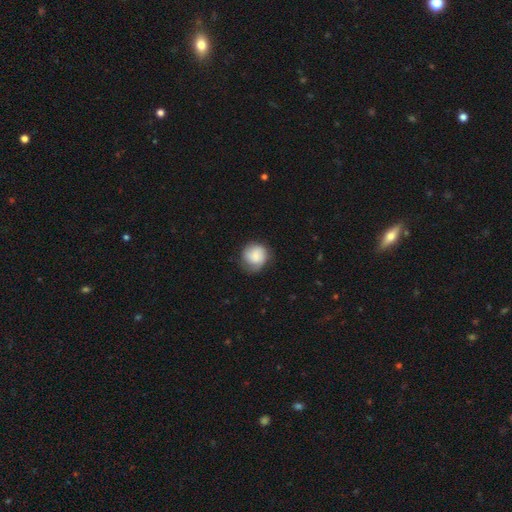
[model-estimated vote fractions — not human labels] The model was most divided on "merging": none: 69%, minor disturbance: 23%, major disturbance: 7%, merger: 1%. More confident: how rounded — round (88%); smooth or featured — smooth (70%).